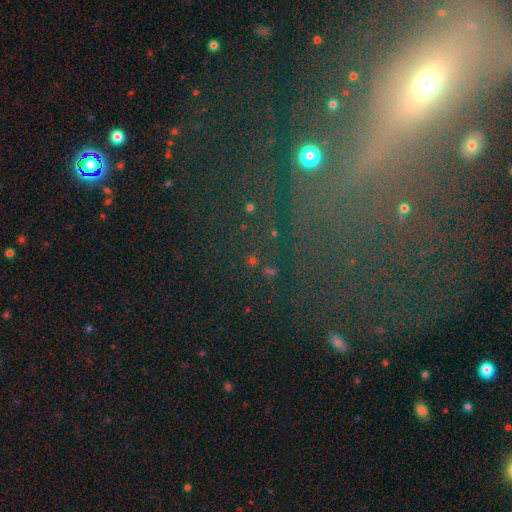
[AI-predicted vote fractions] Smooth or featured? star or artifact (47%)